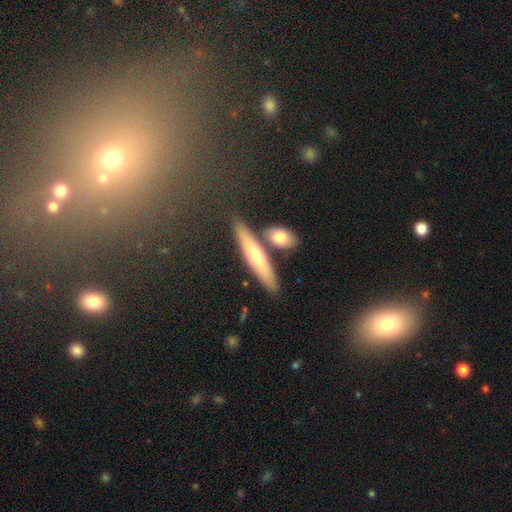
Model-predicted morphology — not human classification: smooth-or-featured: smooth: 54% | featured or disk: 39% | star or artifact: 7%
  how-rounded: cigar-shaped: 79% | in between: 18% | round: 3%
  merging: none: 73% | merger: 14% | minor disturbance: 10% | major disturbance: 3%